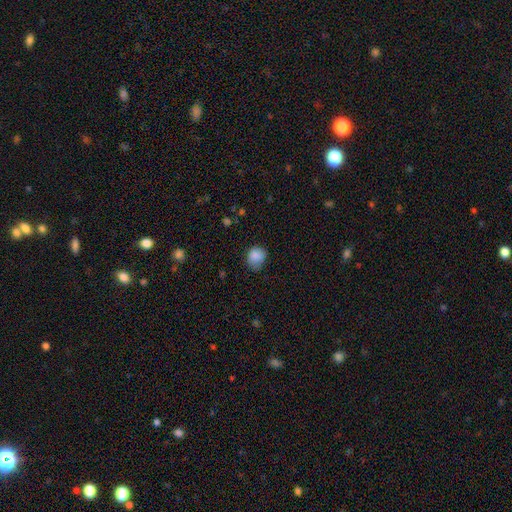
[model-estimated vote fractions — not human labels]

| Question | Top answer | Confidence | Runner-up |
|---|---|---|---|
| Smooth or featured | smooth | 85% | star or artifact (9%) |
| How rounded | round | 70% | in between (29%) |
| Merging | none | 54% | minor disturbance (35%) |